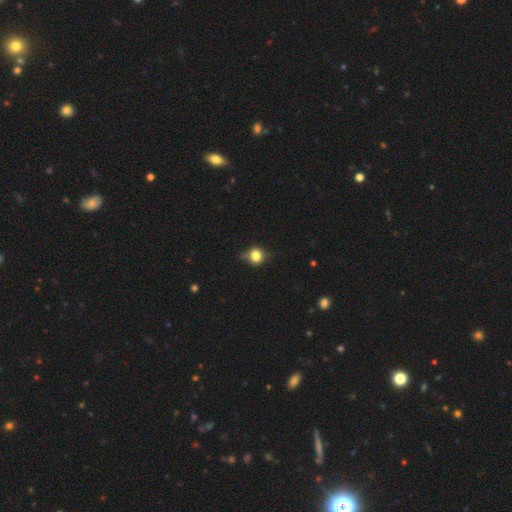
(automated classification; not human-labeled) The model was most divided on "merging": none: 65%, minor disturbance: 27%, major disturbance: 7%, merger: 2%. More confident: how rounded — round (79%); smooth or featured — smooth (73%).